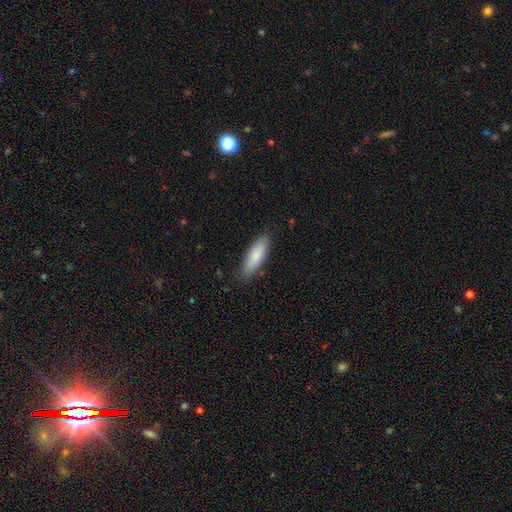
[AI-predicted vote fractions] Morphology: type=smooth (84%); roundness=in between (51%); merging=none (84%).